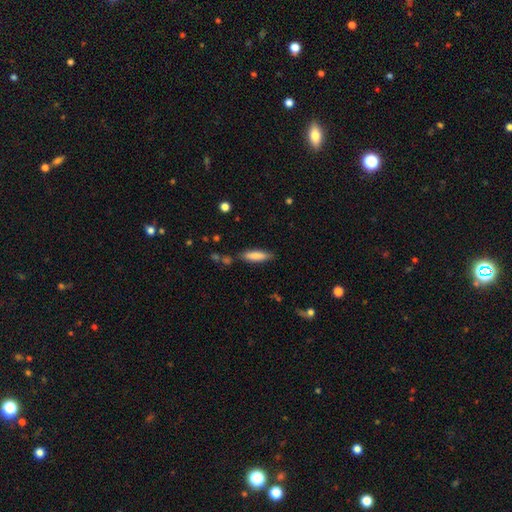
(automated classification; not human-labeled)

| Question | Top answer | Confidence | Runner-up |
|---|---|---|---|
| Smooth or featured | smooth | 81% | featured or disk (13%) |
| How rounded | cigar-shaped | 63% | in between (35%) |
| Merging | none | 80% | minor disturbance (13%) |